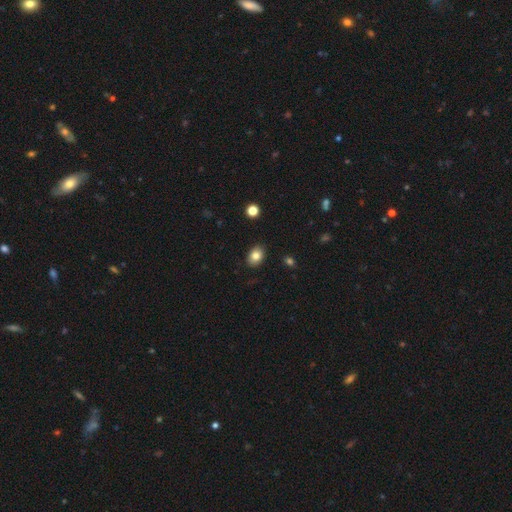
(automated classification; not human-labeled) smooth_or_featured: smooth (p=0.83) [alt: star or artifact p=0.09]
how_rounded: in between (p=0.76) [alt: round p=0.23]
merging: none (p=0.88) [alt: minor disturbance p=0.09]